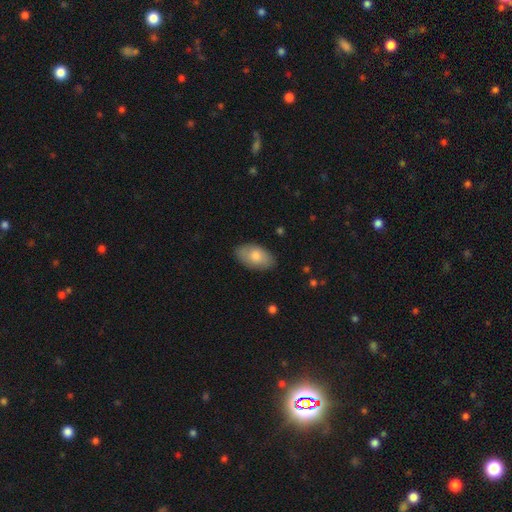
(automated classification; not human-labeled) A smooth galaxy with no disk features (74%) that is in between round and cigar-shaped (94%). Merging: none (83%).